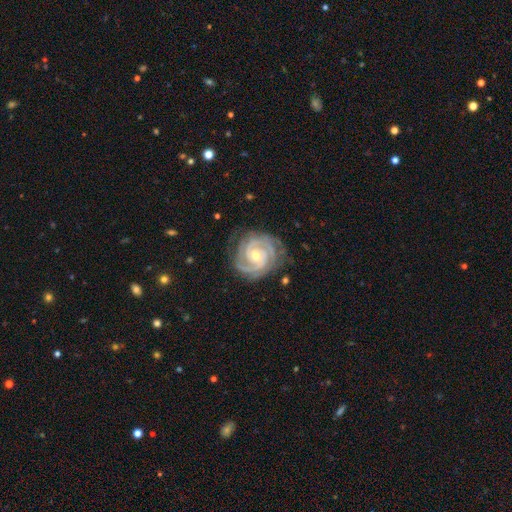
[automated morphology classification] smooth-or-featured: featured or disk: 93% | star or artifact: 4% | smooth: 3%
  disk-edge-on: no: 98% | yes: 2%
    bar: no: 55% | weak: 33% | strong: 12%
    has-spiral-arms: yes: 99% | no: 1%
      spiral-winding: tight: 79% | medium: 19% | loose: 2%
      spiral-arm-count: 2: 40% | 3: 31% | can't tell: 10% | 4: 9% | more than 4: 5% | 1: 5%
    bulge-size: moderate: 49% | small: 48% | large: 1% | none: 1% | dominant: 1%
  merging: none: 79% | minor disturbance: 16% | major disturbance: 5% | merger: 1%